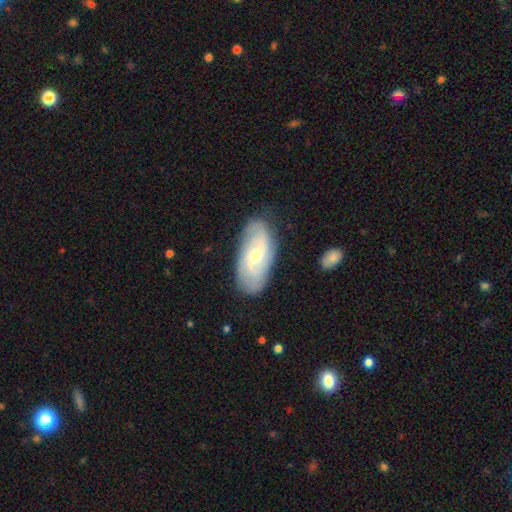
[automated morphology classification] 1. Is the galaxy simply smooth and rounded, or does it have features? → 71% featured or disk, 23% smooth, 6% star or artifact.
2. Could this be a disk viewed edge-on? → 94% no, 6% yes.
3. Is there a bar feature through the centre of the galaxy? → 48% no, 43% weak, 9% strong.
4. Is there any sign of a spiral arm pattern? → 91% yes, 9% no.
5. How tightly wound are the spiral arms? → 41% medium, 31% tight, 28% loose.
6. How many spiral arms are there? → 54% 2, 25% can't tell, 11% 3, 4% 4, 3% 1, 3% more than 4.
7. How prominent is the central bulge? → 62% small, 34% moderate, 1% large, 1% none, 1% dominant.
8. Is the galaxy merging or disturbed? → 81% none, 14% minor disturbance, 3% major disturbance, 2% merger.